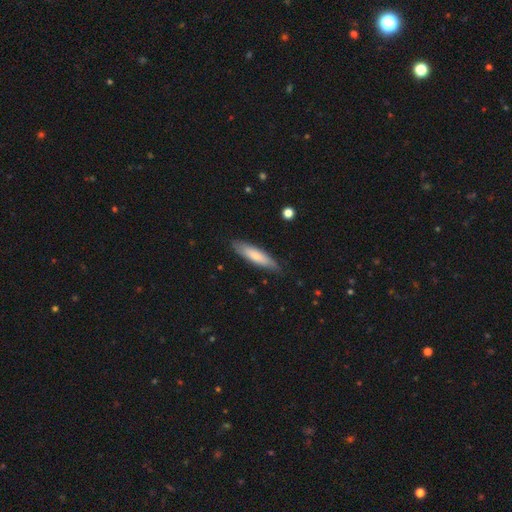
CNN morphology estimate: type=smooth (69%); roundness=cigar-shaped (71%); merging=none (81%).